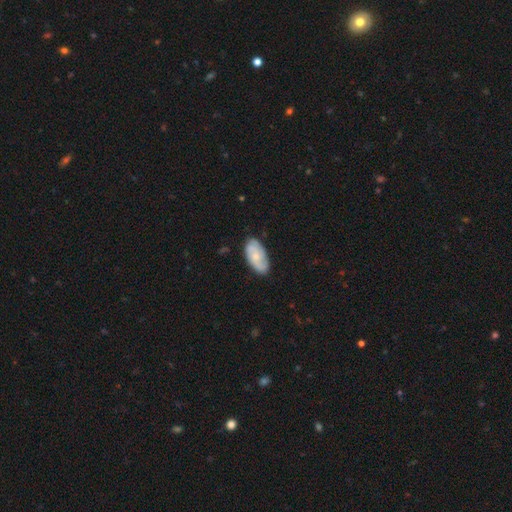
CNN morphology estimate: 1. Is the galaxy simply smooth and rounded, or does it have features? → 53% smooth, 41% featured or disk, 6% star or artifact.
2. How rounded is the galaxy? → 93% in between, 4% cigar-shaped, 3% round.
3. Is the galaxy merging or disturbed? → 77% none, 18% minor disturbance, 3% major disturbance, 1% merger.